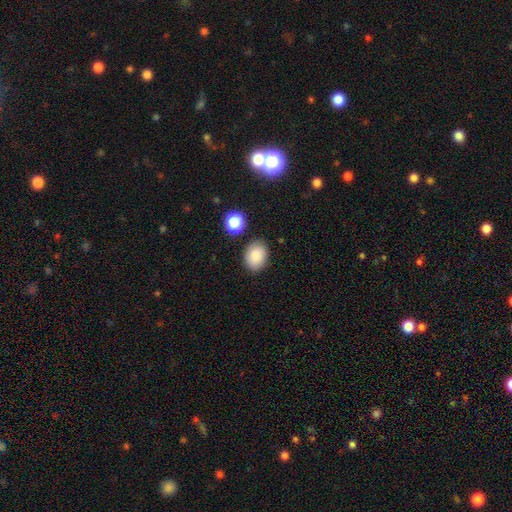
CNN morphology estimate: Overall: smooth (85%). How rounded: in between (70%). Merging: none (82%).